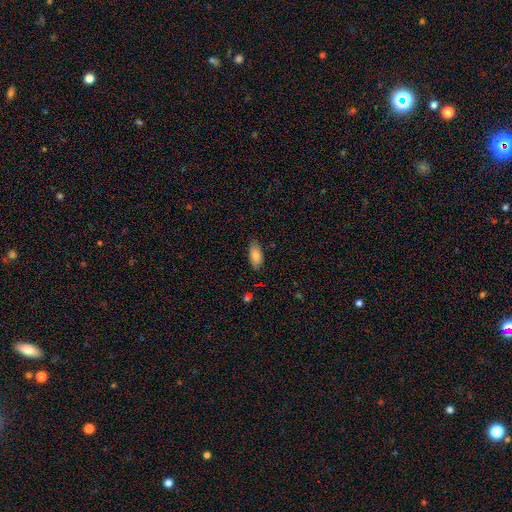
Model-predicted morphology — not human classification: This appears to be a smooth galaxy with no disk features (84%) that is in between round and cigar-shaped (89%). Merging: none (81%).